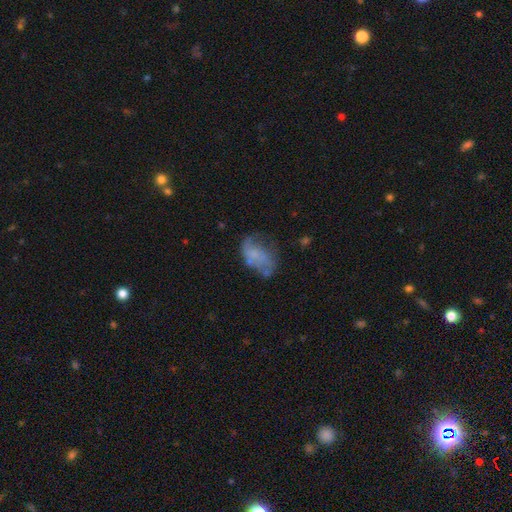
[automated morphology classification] Smooth or featured? featured or disk (47%)
Merging? none (40%)